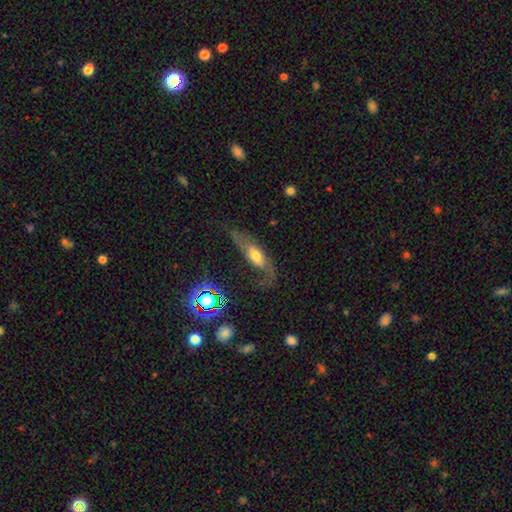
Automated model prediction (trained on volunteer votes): A featured or disk galaxy (61%).

Vote fractions:
- Smooth or featured? featured or disk: 61% / smooth: 29% / star or artifact: 10%
- Edge-on disk? no: 73% / yes: 27%
- Merging? none: 53% / major disturbance: 22% / minor disturbance: 22% / merger: 3%